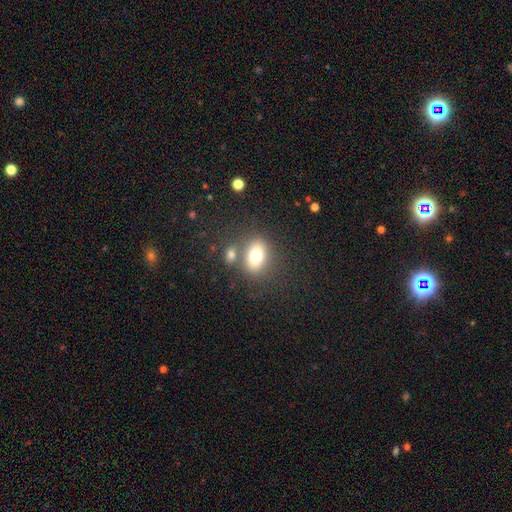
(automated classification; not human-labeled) Q: Smooth or featured?
A: smooth (75%); runner-up: featured or disk (15%)
Q: How rounded?
A: in between (71%); runner-up: round (27%)
Q: Merging?
A: none (61%); runner-up: merger (22%)